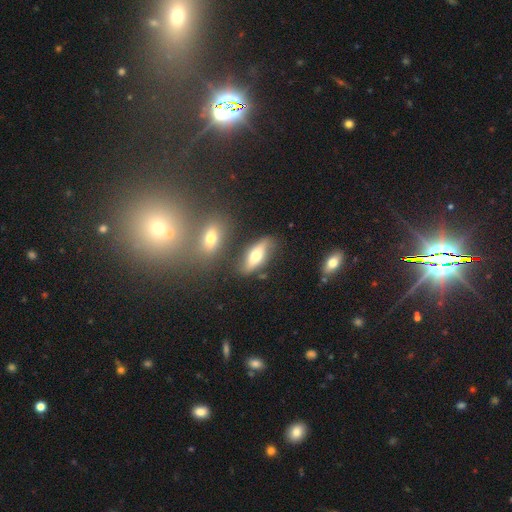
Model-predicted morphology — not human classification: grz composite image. It shows a smooth galaxy with no disk features (54%) that is in between round and cigar-shaped (72%). Merging: none (73%).